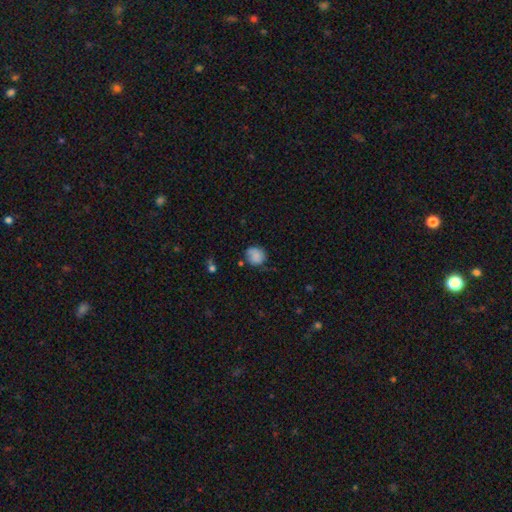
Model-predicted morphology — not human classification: Smooth or featured? Predicted: smooth (p=0.73). How rounded? Predicted: round (p=0.77). Merging? Predicted: none (p=0.61).